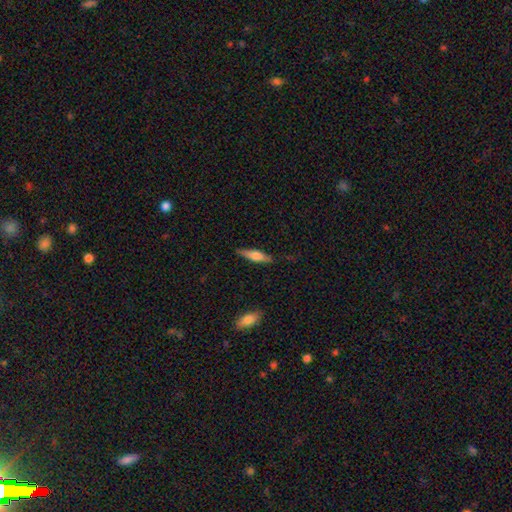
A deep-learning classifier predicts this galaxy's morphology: Smooth or featured? Predicted: smooth (p=0.54). How rounded? Predicted: cigar-shaped (p=0.70). Merging? Predicted: none (p=0.83).